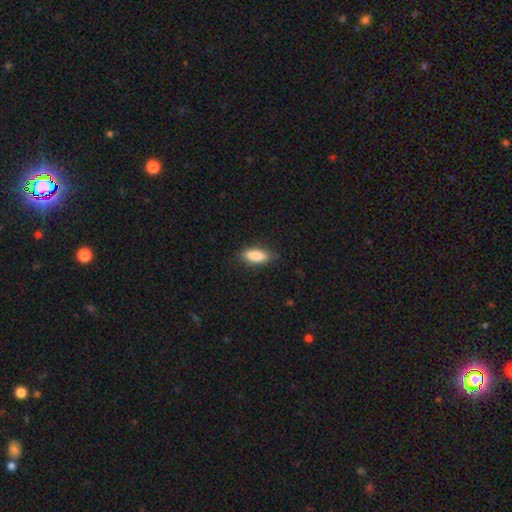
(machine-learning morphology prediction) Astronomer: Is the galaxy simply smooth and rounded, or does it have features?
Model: smooth — 87%.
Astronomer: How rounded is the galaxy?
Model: in between — 73%.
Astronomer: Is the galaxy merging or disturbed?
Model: none — 77%.